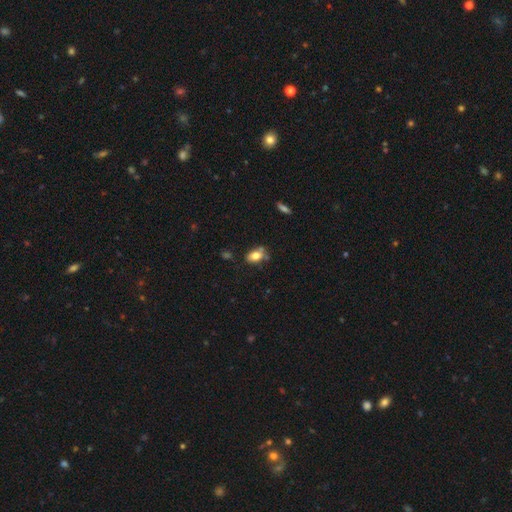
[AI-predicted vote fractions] Smooth or featured? Predicted: smooth (p=0.77). How rounded? Predicted: in between (p=0.86). Merging? Predicted: none (p=0.58).